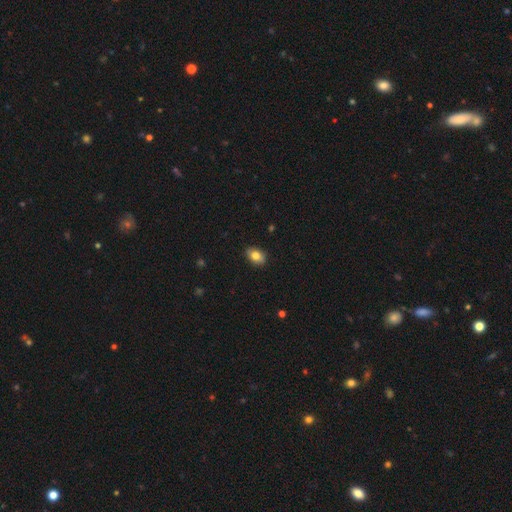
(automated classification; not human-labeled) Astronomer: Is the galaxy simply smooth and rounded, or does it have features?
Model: smooth — 81%.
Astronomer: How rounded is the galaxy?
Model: in between — 82%.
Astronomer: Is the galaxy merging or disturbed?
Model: none — 88%.